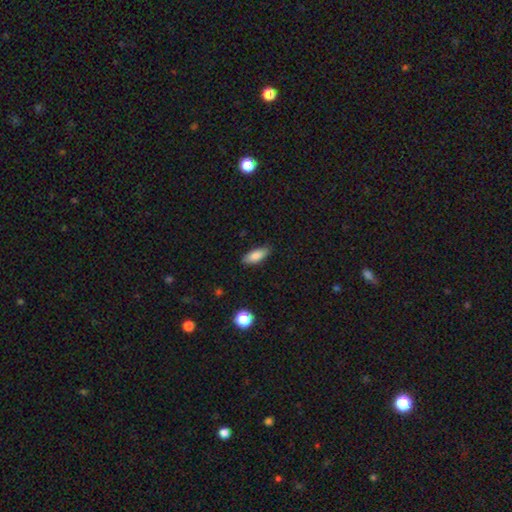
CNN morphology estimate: type=smooth (85%); roundness=in between (78%); merging=none (84%).